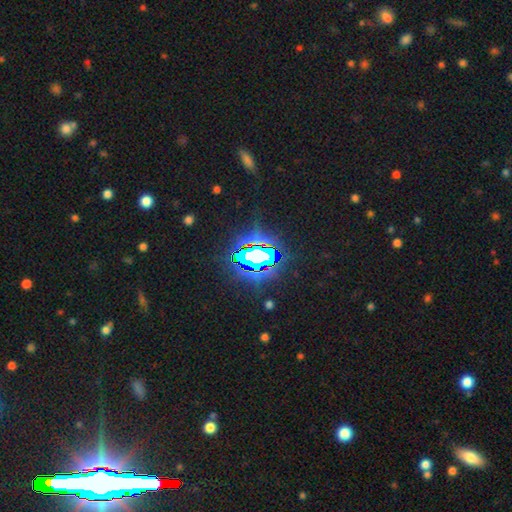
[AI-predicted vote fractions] star or artifact 75%, smooth 14%, featured or disk 11%.